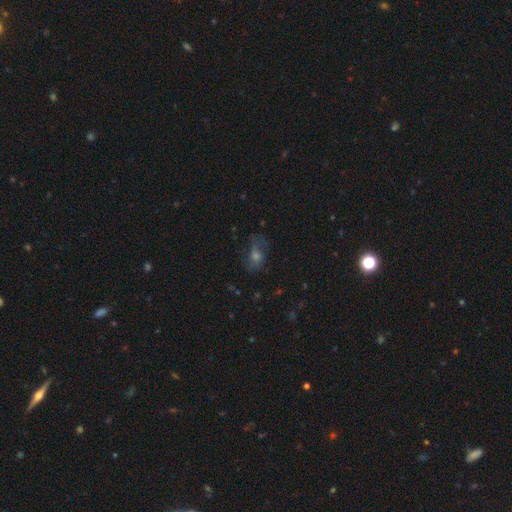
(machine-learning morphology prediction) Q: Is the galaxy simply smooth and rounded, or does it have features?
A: smooth — 38%.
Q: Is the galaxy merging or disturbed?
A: none — 63%.